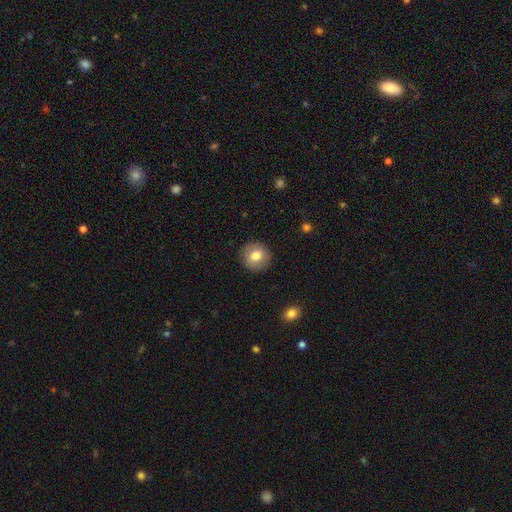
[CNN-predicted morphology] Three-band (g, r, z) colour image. It shows a smooth galaxy with no disk features (77%) that is round (91%). Merging: none (90%).